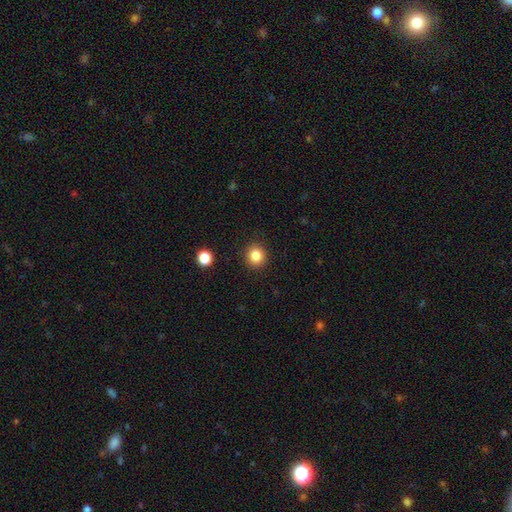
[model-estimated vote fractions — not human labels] smooth_or_featured: smooth (p=0.84) [alt: star or artifact p=0.11]
how_rounded: round (p=0.91) [alt: in between p=0.08]
merging: none (p=0.91) [alt: minor disturbance p=0.06]